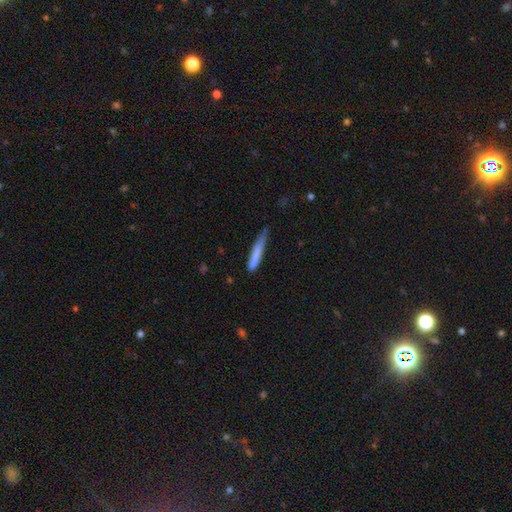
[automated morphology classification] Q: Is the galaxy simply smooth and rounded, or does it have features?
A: smooth — 78%.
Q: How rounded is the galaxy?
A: cigar-shaped — 94%.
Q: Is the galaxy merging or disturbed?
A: none — 63%.